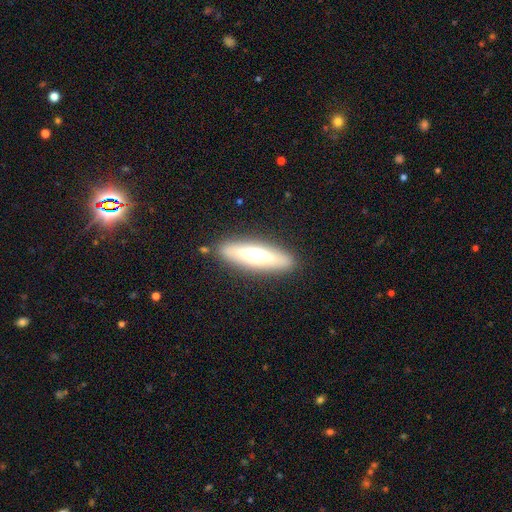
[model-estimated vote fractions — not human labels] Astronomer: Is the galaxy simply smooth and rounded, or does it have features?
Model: smooth — 49% (runner-up: featured or disk, 45%).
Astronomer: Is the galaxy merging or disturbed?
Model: none — 86%.